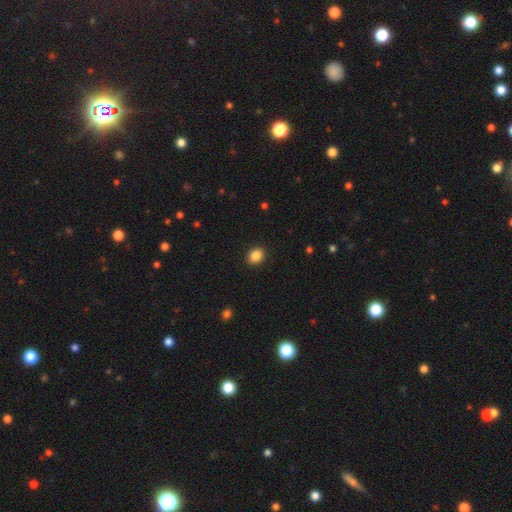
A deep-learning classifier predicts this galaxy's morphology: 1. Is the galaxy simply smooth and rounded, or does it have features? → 87% smooth, 10% star or artifact, 4% featured or disk.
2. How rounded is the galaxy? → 62% round, 37% in between, 1% cigar-shaped.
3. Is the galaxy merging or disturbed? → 92% none, 6% minor disturbance, 2% major disturbance, 1% merger.